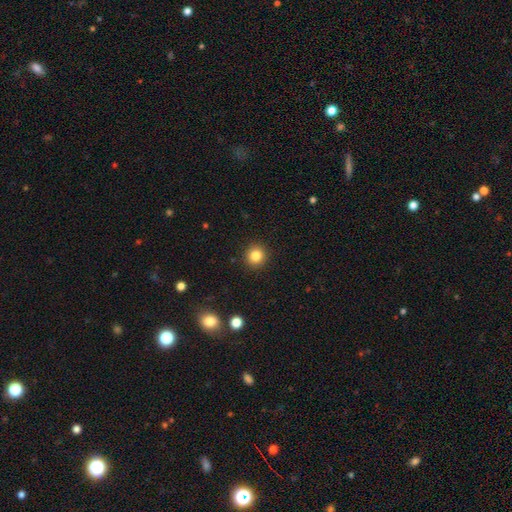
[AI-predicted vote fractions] A smooth galaxy with no disk features (83%) that is round (92%). Merging: none (92%).